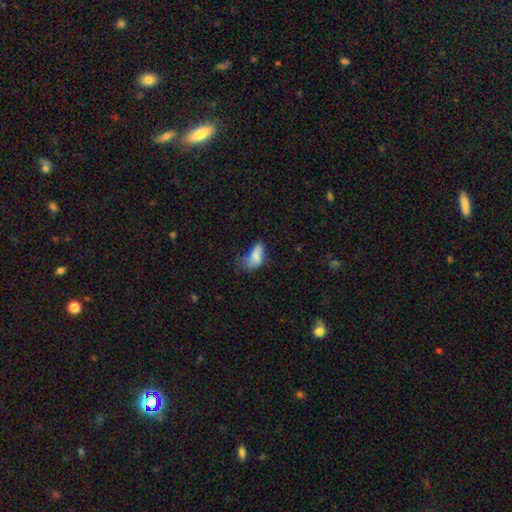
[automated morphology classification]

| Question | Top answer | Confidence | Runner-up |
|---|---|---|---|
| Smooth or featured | smooth | 73% | featured or disk (16%) |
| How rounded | in between | 89% | cigar-shaped (6%) |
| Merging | major disturbance | 36% | minor disturbance (34%) |